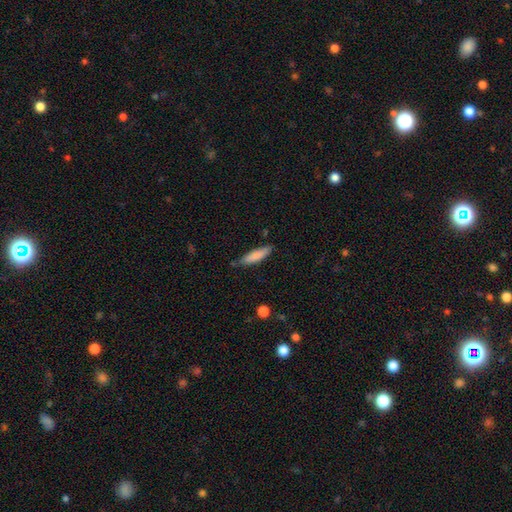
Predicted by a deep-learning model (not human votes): Smooth or featured? Predicted: smooth (p=0.82). How rounded? Predicted: cigar-shaped (p=0.73). Merging? Predicted: none (p=0.76).